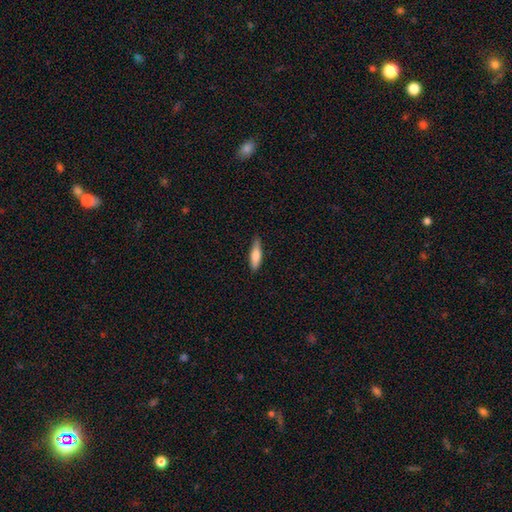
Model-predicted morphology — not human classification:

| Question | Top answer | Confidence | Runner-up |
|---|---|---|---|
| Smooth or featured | smooth | 72% | featured or disk (23%) |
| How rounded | cigar-shaped | 65% | in between (33%) |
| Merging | none | 83% | minor disturbance (14%) |